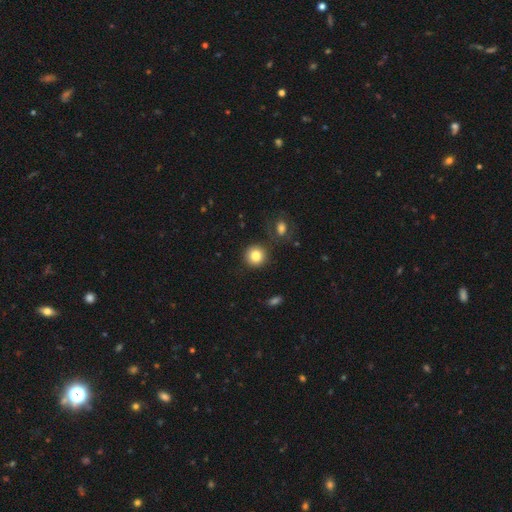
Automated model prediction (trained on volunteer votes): A smooth galaxy with no disk features (84%) that is round (91%). Merging: none (83%).